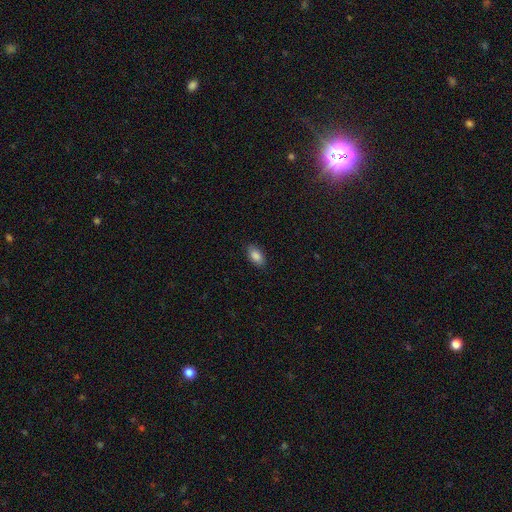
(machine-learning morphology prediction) smooth_or_featured: smooth (p=0.87) [alt: star or artifact p=0.08]
how_rounded: in between (p=0.92) [alt: round p=0.04]
merging: none (p=0.86) [alt: minor disturbance p=0.11]